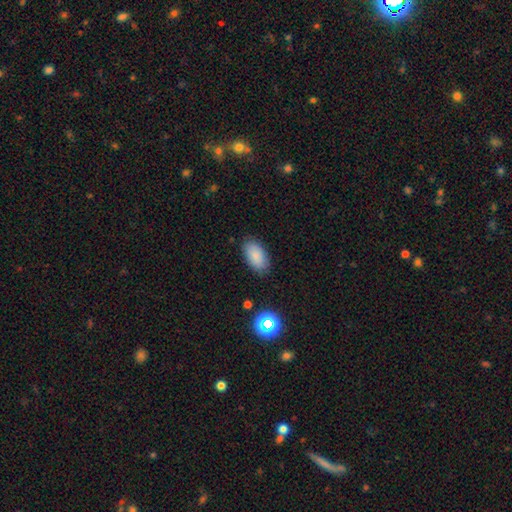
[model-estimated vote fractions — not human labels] smooth 85%, star or artifact 8%, featured or disk 6%. Down the decision tree: how rounded — in between (94%); merging — none (85%).